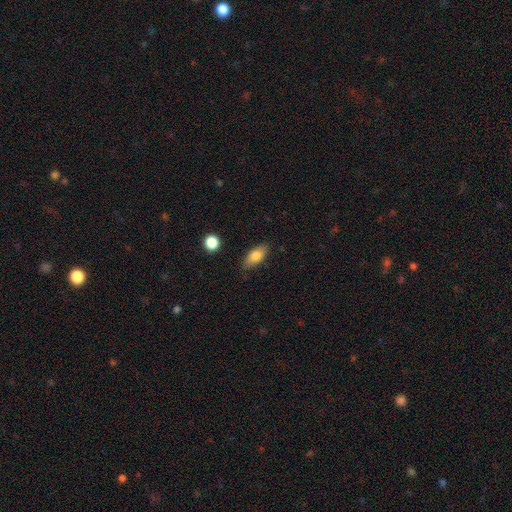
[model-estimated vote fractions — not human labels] smooth 80%, featured or disk 13%, star or artifact 7%. Down the decision tree: how rounded — in between (86%); merging — none (82%).